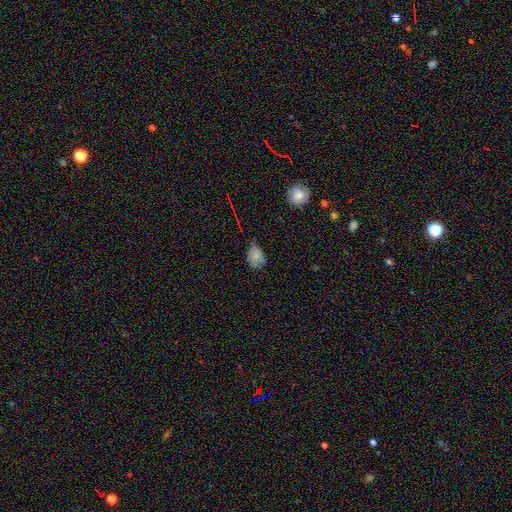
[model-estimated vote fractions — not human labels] smooth 70%, featured or disk 16%, star or artifact 14%. Down the decision tree: how rounded — in between (77%); merging — none (54%).